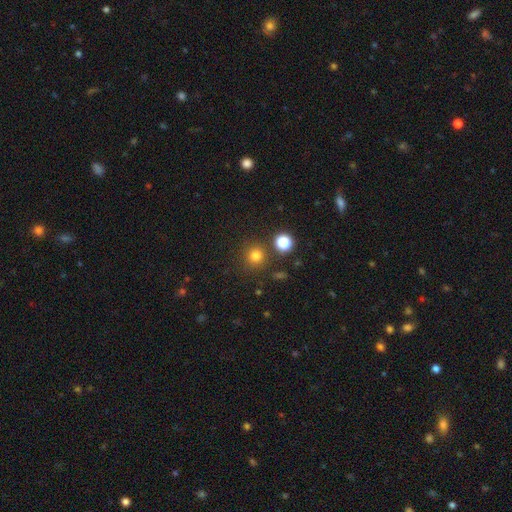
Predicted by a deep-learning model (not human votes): A smooth galaxy with no disk features (77%) that is round (93%).

Vote fractions:
- Smooth or featured? smooth: 77% / star or artifact: 17% / featured or disk: 5%
- How rounded? round: 93% / in between: 6% / cigar-shaped: 1%
- Merging? none: 84% / minor disturbance: 7% / merger: 6% / major disturbance: 3%